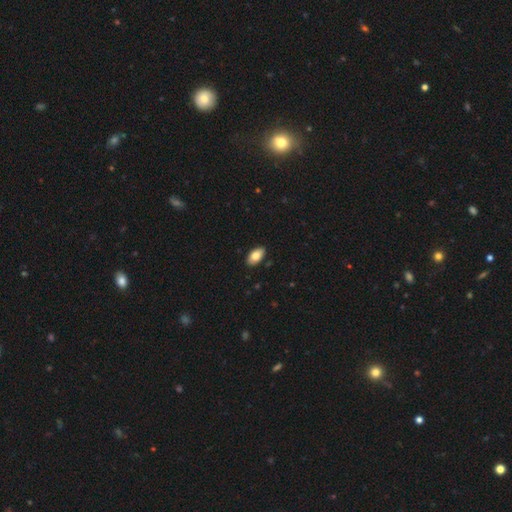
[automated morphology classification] Smooth or featured? smooth (84%)
How rounded? in between (94%)
Merging? none (89%)